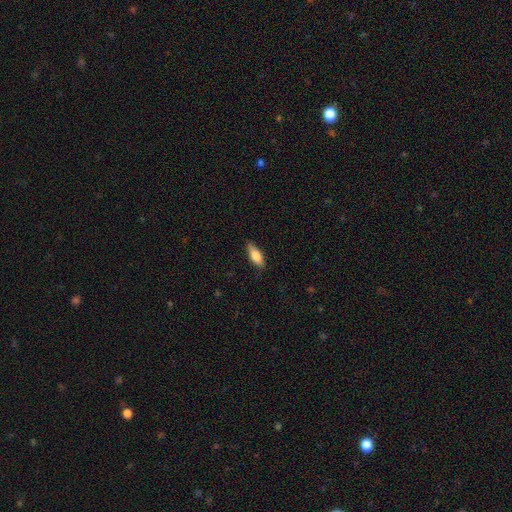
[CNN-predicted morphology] smooth-or-featured: smooth: 76% | featured or disk: 18% | star or artifact: 6%
  how-rounded: in between: 70% | cigar-shaped: 28% | round: 3%
  merging: none: 82% | minor disturbance: 14% | major disturbance: 3% | merger: 1%